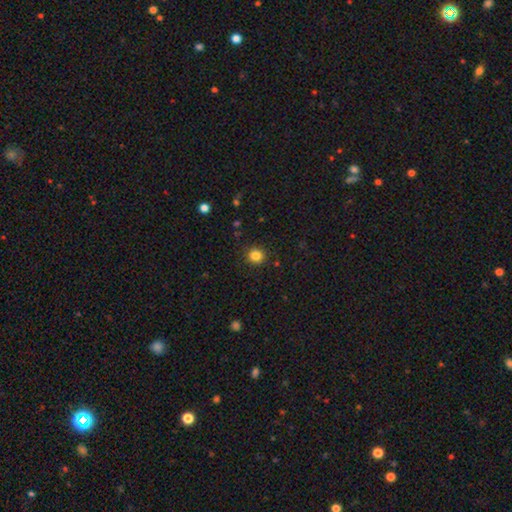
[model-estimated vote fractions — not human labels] Overall: smooth (83%). How rounded: round (87%). Merging: none (88%).